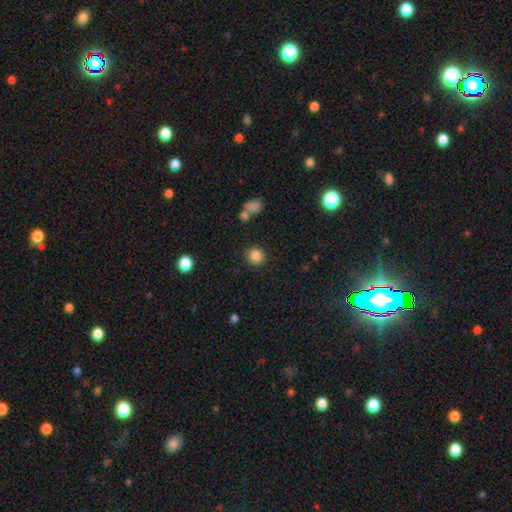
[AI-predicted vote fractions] Smooth or featured? smooth (85%)
How rounded? round (91%)
Merging? none (87%)